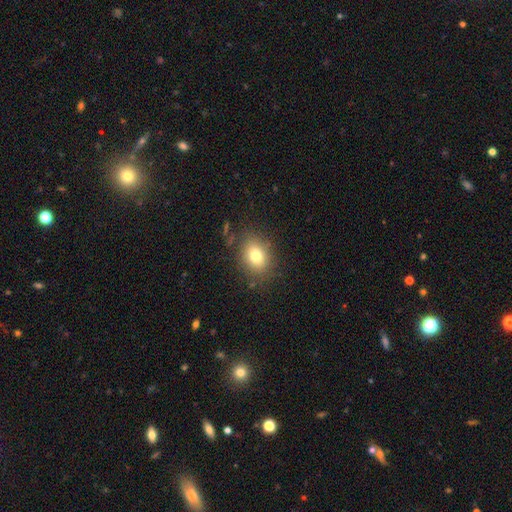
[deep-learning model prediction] smooth-or-featured: smooth: 77% | star or artifact: 12% | featured or disk: 12%
  how-rounded: in between: 57% | round: 42% | cigar-shaped: 1%
  merging: none: 82% | minor disturbance: 11% | major disturbance: 4% | merger: 2%